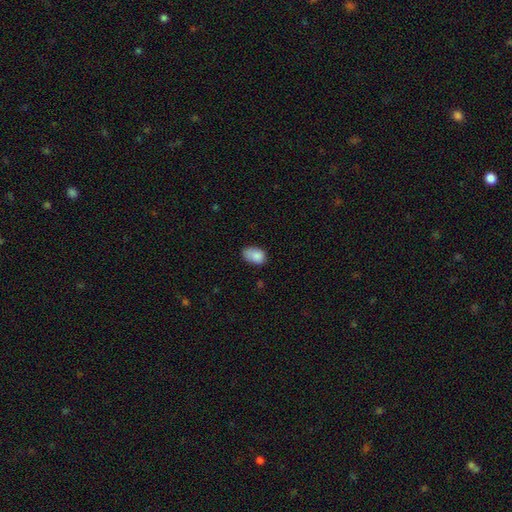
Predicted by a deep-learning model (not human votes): This is clearly a smooth galaxy (85%). How rounded: clearly in between (88%). Merging: possibly none (57%).